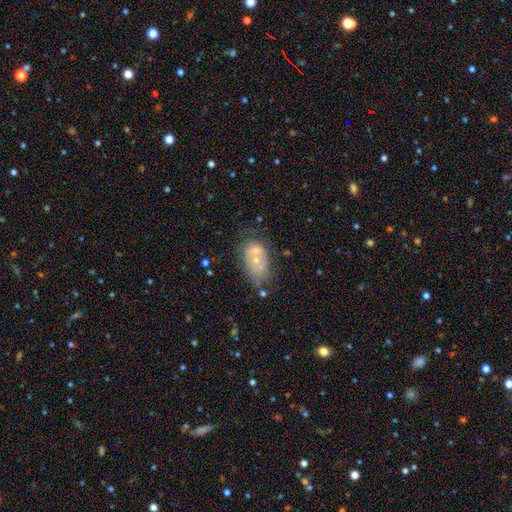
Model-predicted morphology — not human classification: type=smooth (44%); merging=none (41%).